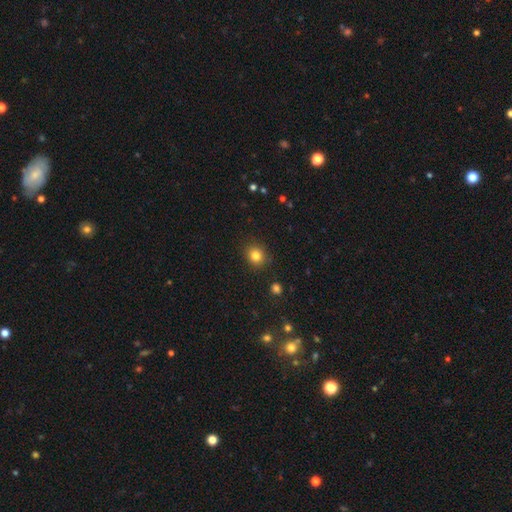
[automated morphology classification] Smooth or featured?
  - smooth: 82% *
  - star or artifact: 12%
  - featured or disk: 6%
How rounded?
  - round: 79% *
  - in between: 20%
  - cigar-shaped: 1%
Merging?
  - none: 88% *
  - minor disturbance: 8%
  - major disturbance: 2%
  - merger: 1%